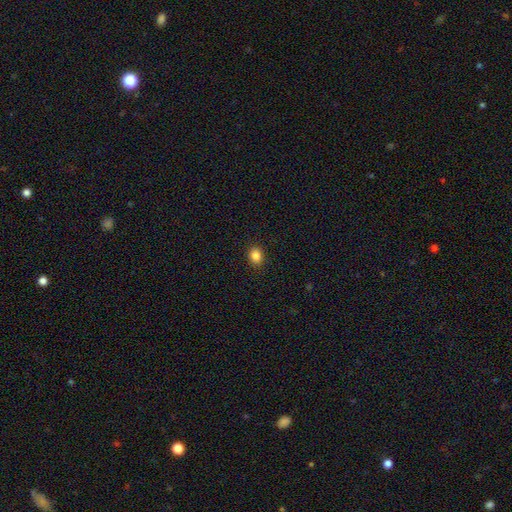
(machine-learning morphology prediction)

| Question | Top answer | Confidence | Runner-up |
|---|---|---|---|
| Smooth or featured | smooth | 85% | star or artifact (11%) |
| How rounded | round | 57% | in between (43%) |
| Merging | none | 91% | minor disturbance (6%) |